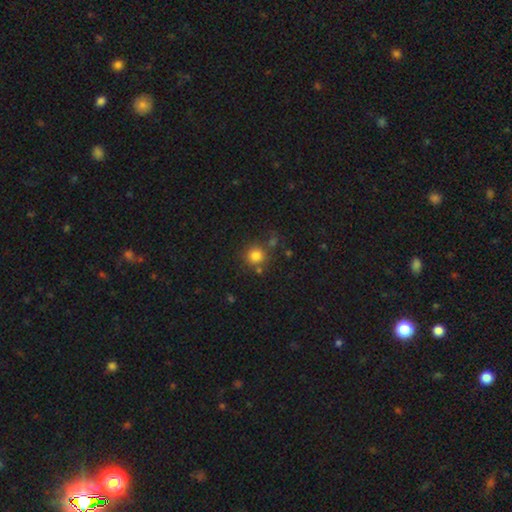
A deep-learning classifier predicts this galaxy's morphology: smooth 81%, star or artifact 13%, featured or disk 6%. Down the decision tree: how rounded — round (93%); merging — none (76%).